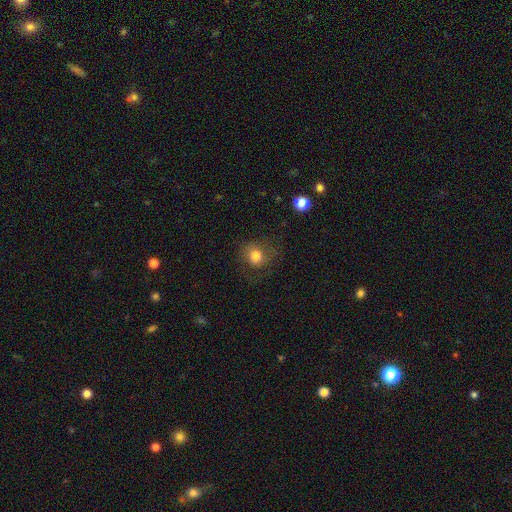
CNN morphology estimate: Smooth or featured: smooth — 77% (featured or disk — 13%)
How rounded: round — 77% (in between — 22%)
Merging: none — 66% (minor disturbance — 18%)